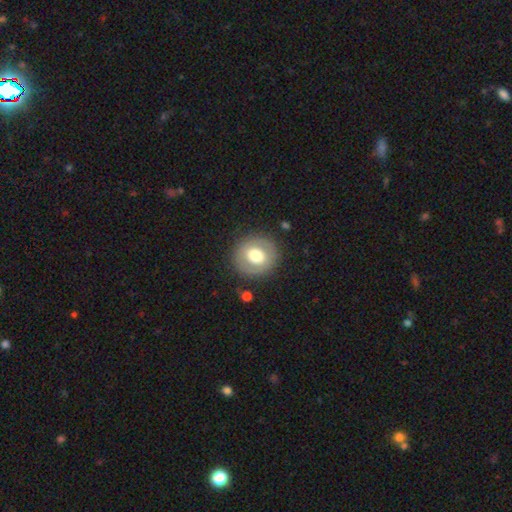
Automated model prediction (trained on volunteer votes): Smooth or featured: smooth — 61% (featured or disk — 31%)
How rounded: round — 91% (in between — 8%)
Merging: none — 86% (minor disturbance — 8%)